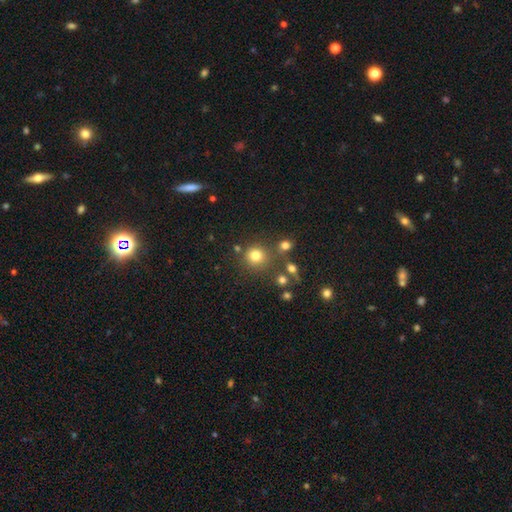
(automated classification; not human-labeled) smooth-or-featured: smooth: 77% | star or artifact: 15% | featured or disk: 8%
  how-rounded: round: 91% | in between: 8% | cigar-shaped: 1%
  merging: none: 75% | merger: 10% | minor disturbance: 10% | major disturbance: 5%